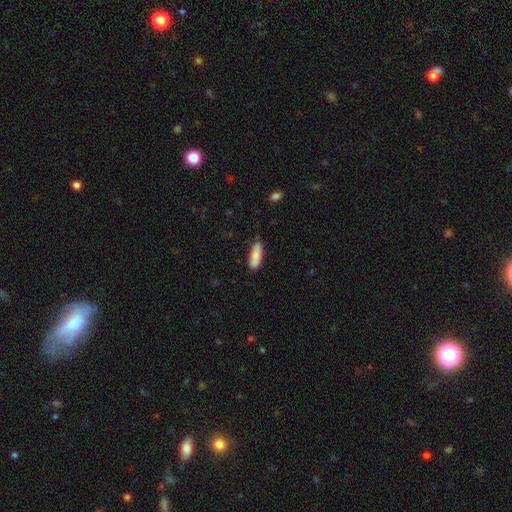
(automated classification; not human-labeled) A smooth galaxy with no disk features (88%) that is in between round and cigar-shaped (60%). Merging: none (84%).